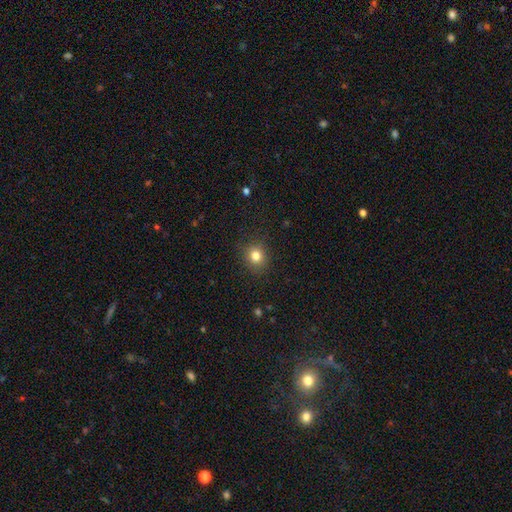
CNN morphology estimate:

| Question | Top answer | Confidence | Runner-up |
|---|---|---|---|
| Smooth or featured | smooth | 81% | star or artifact (12%) |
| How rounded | round | 82% | in between (17%) |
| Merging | none | 89% | minor disturbance (8%) |